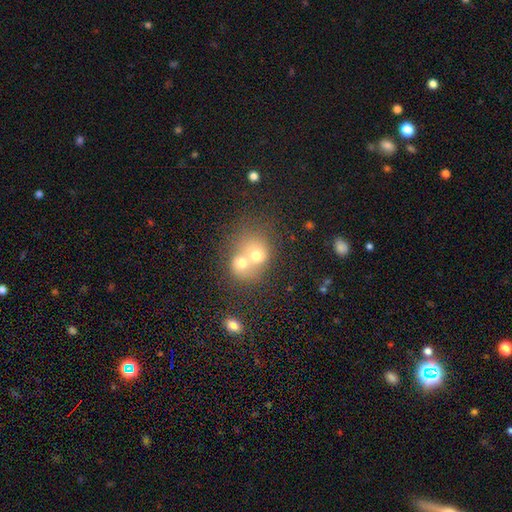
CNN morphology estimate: Overall: smooth (60%; featured or disk 26%). How rounded: round (65%; in between 34%). Merging: merger (71%).